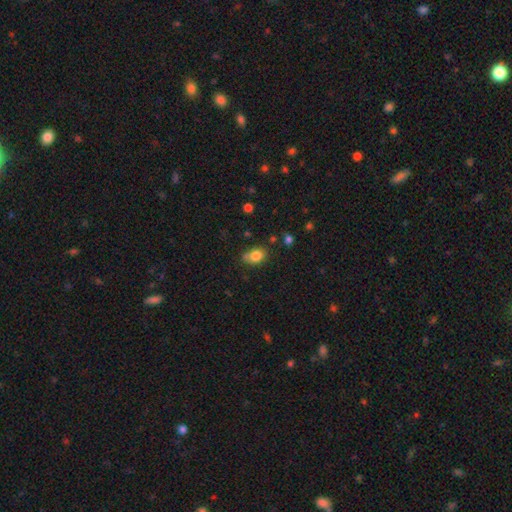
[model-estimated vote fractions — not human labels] Smooth or featured: smooth — 82% (star or artifact — 10%)
How rounded: in between — 61% (round — 38%)
Merging: none — 63% (minor disturbance — 21%)